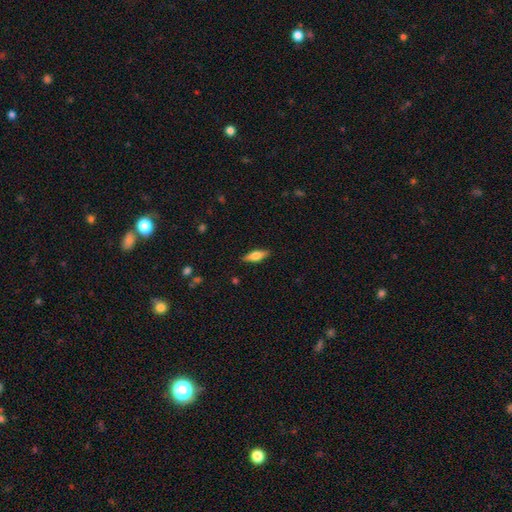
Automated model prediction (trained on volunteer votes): The model was most divided on "how rounded": in between: 54%, cigar-shaped: 44%, round: 3%. More confident: merging — none (88%); smooth or featured — smooth (54%).